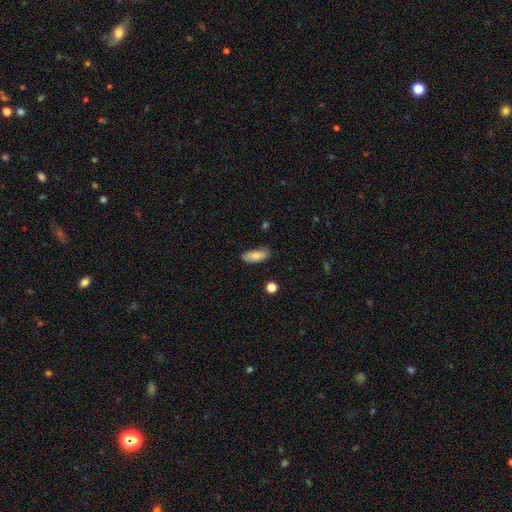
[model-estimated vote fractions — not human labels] A smooth galaxy with no disk features (81%) that is in between round and cigar-shaped (76%).

Vote fractions:
- Smooth or featured? smooth: 81% / featured or disk: 12% / star or artifact: 7%
- How rounded? in between: 76% / cigar-shaped: 21% / round: 2%
- Merging? none: 82% / minor disturbance: 14% / major disturbance: 2% / merger: 2%